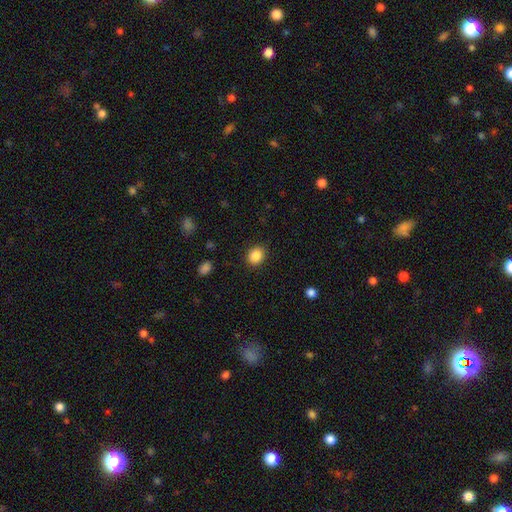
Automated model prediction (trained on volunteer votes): Smooth or featured? smooth (87%)
How rounded? round (62%)
Merging? none (89%)